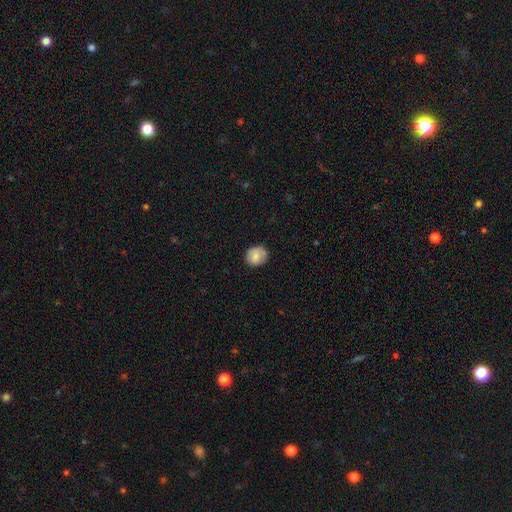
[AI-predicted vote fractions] Smooth or featured?
  - smooth: 76% *
  - featured or disk: 16%
  - star or artifact: 8%
How rounded?
  - round: 75% *
  - in between: 24%
  - cigar-shaped: 1%
Merging?
  - none: 78% *
  - minor disturbance: 17%
  - major disturbance: 4%
  - merger: 1%